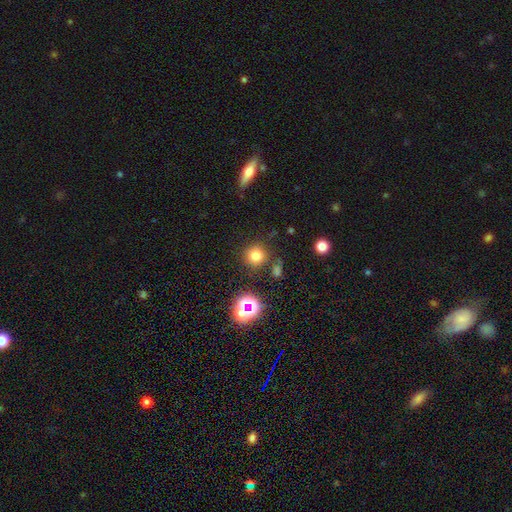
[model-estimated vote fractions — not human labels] Smooth or featured? smooth (73%)
How rounded? round (94%)
Merging? none (84%)